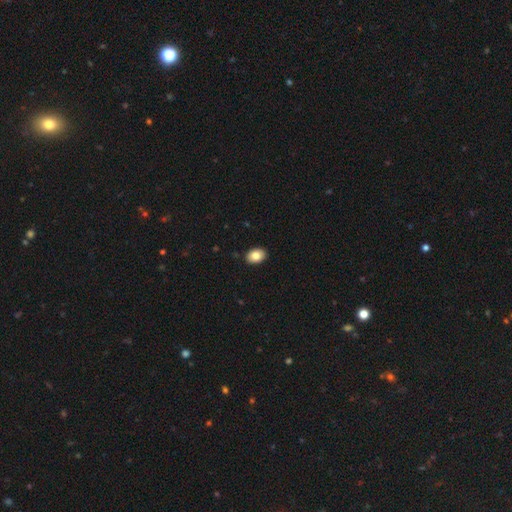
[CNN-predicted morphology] A smooth galaxy with no disk features (84%) that is in between round and cigar-shaped (84%). Merging: none (91%).